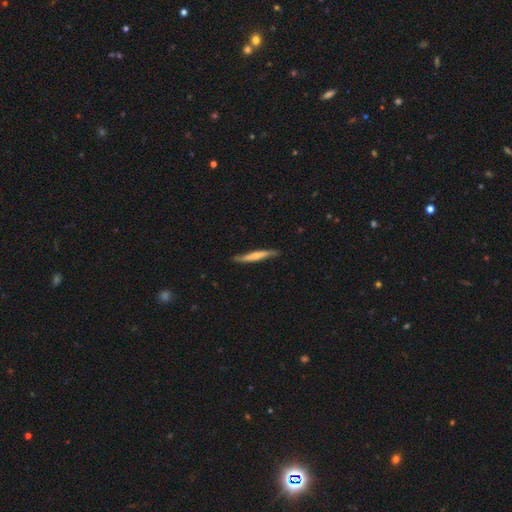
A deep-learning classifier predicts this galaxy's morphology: A featured or disk galaxy (48%). Merging: none (79%).